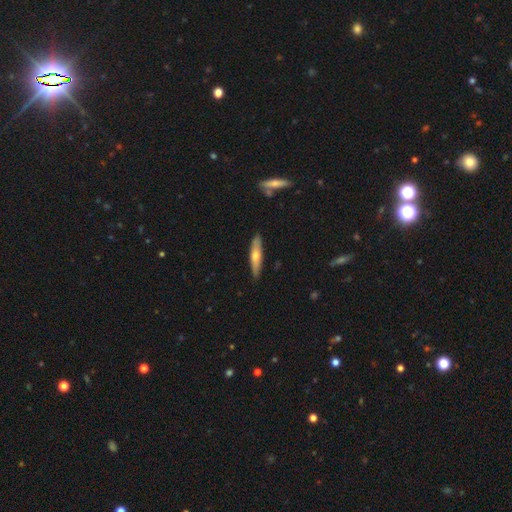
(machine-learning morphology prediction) A smooth galaxy with no disk features (55%) that is cigar-shaped (81%).

Vote fractions:
- Smooth or featured? smooth: 55% / featured or disk: 39% / star or artifact: 6%
- How rounded? cigar-shaped: 81% / in between: 17% / round: 2%
- Merging? none: 86% / minor disturbance: 11% / major disturbance: 2% / merger: 2%